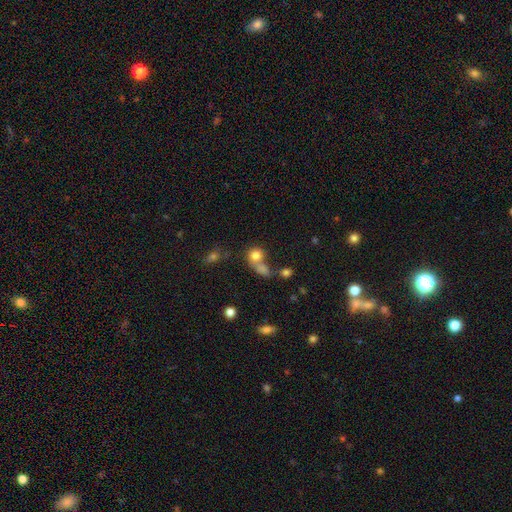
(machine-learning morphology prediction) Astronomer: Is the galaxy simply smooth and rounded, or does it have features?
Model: smooth — 77%.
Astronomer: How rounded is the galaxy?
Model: round — 74%.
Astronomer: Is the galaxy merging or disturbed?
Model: merger — 44% (runner-up: none, 38%).